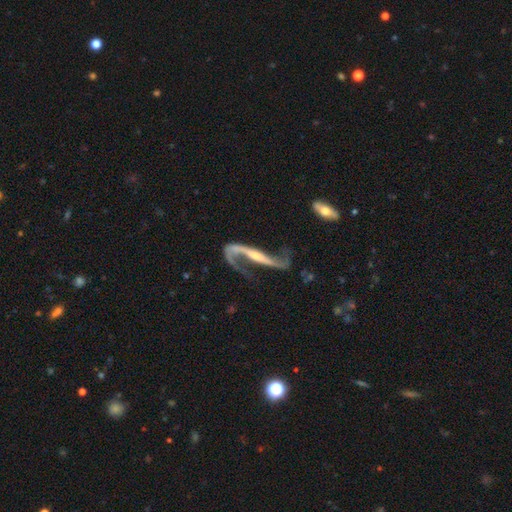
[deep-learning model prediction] This appears to be a featured or disk galaxy (89%) with a strong bar (55%), 2 (82%) loose (85%) spiral arms (94%) and a small central bulge (49%). Merging: none (52%).